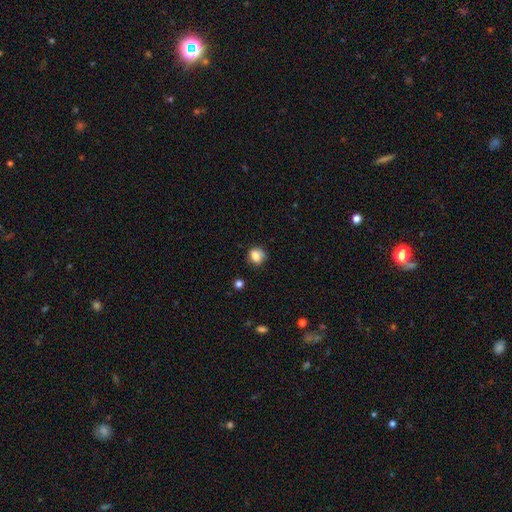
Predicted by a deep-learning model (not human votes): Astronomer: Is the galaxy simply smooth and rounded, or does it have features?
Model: smooth — 81%.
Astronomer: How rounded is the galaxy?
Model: round — 71%.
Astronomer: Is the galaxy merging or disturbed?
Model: none — 72%.